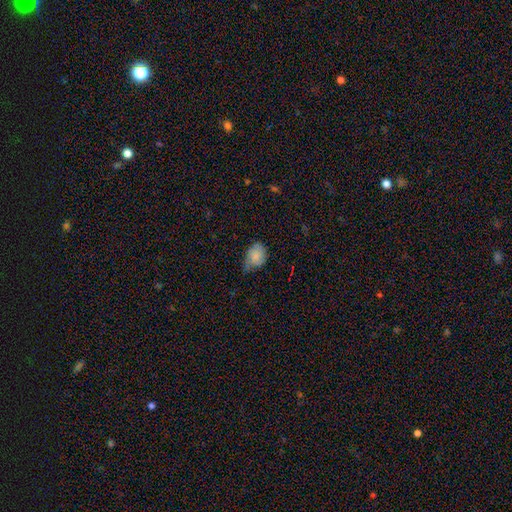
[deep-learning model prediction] The model was most divided on "merging": minor disturbance: 48%, none: 37%, major disturbance: 13%, merger: 2%. More confident: smooth or featured — smooth (78%); how rounded — in between (63%).